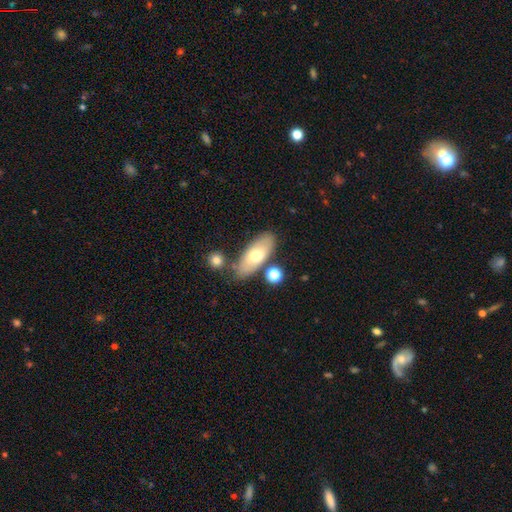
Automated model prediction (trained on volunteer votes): A smooth galaxy with no disk features (64%) that is in between round and cigar-shaped (77%). Merging: none (76%).